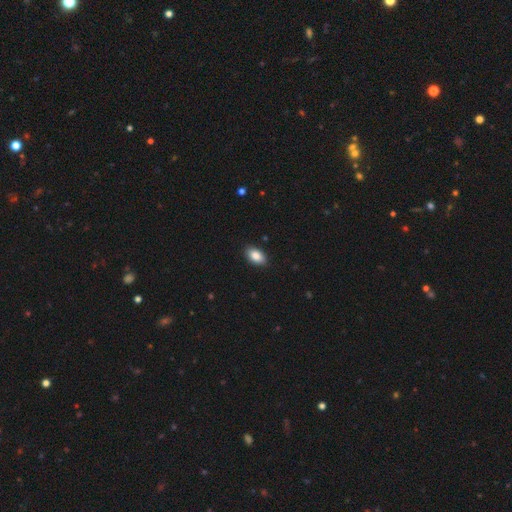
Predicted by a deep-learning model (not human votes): smooth-or-featured: smooth: 87% | star or artifact: 7% | featured or disk: 5%
  how-rounded: in between: 93% | round: 6% | cigar-shaped: 2%
  merging: none: 88% | minor disturbance: 9% | major disturbance: 2% | merger: 1%